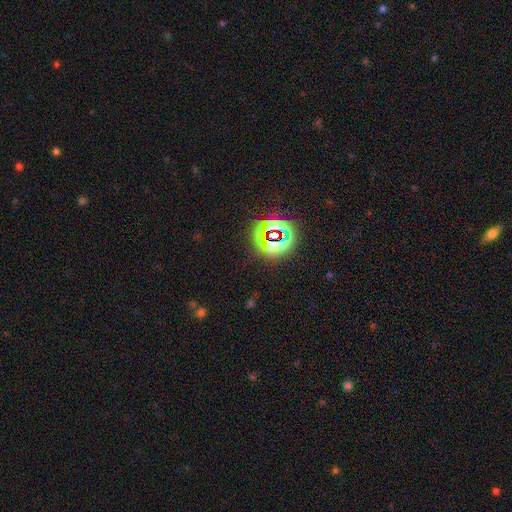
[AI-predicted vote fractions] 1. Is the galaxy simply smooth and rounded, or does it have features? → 79% star or artifact, 13% smooth, 8% featured or disk.